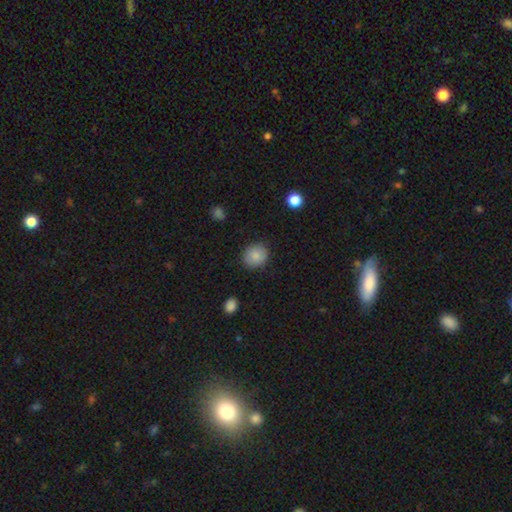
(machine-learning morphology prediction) Smooth or featured? Predicted: smooth (p=0.85). How rounded? Predicted: round (p=0.81). Merging? Predicted: none (p=0.86).